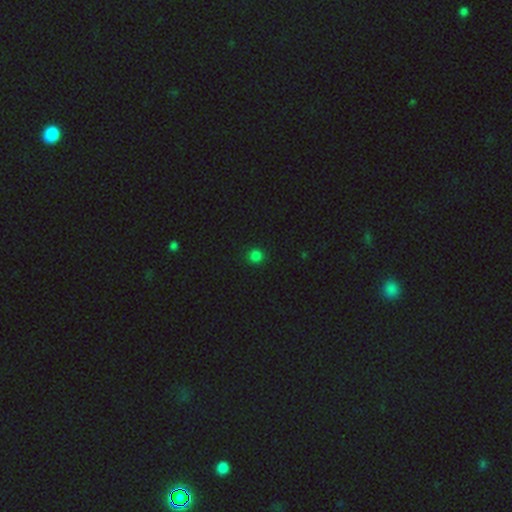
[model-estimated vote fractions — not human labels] Q: Smooth or featured?
A: smooth (81%); runner-up: star or artifact (16%)
Q: How rounded?
A: round (93%); runner-up: in between (6%)
Q: Merging?
A: none (92%); runner-up: minor disturbance (5%)